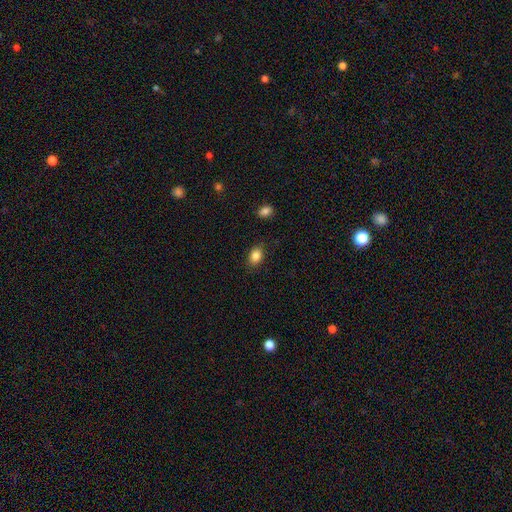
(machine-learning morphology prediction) Overall: smooth (86%). How rounded: in between (73%). Merging: none (82%).